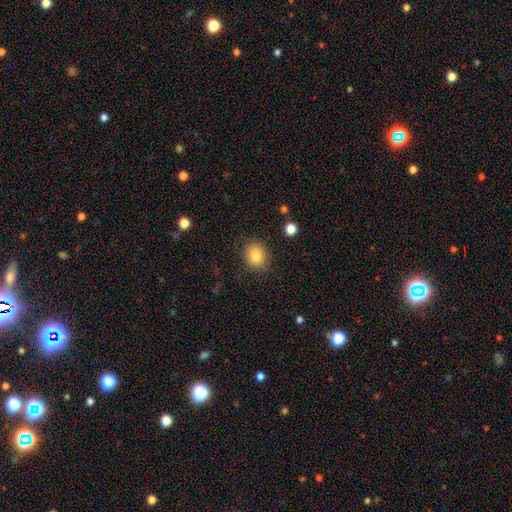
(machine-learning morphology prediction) Smooth or featured: smooth — 83% (star or artifact — 10%)
How rounded: round — 58% (in between — 41%)
Merging: none — 84% (minor disturbance — 11%)